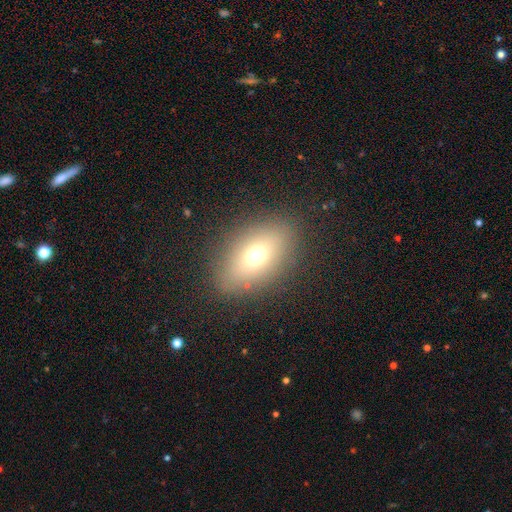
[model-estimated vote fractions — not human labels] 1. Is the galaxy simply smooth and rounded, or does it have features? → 68% smooth, 18% featured or disk, 13% star or artifact.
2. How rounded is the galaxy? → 82% in between, 14% round, 3% cigar-shaped.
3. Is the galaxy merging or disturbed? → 85% none, 10% minor disturbance, 4% major disturbance, 1% merger.